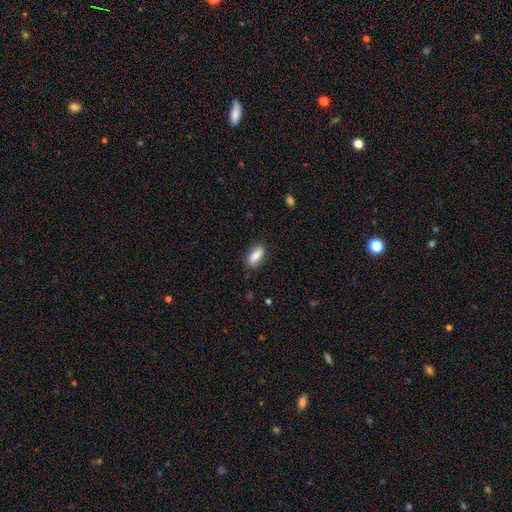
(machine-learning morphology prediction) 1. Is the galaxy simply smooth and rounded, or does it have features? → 84% smooth, 9% featured or disk, 7% star or artifact.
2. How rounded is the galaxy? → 78% in between, 20% cigar-shaped, 3% round.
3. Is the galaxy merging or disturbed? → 81% none, 14% minor disturbance, 3% major disturbance, 2% merger.